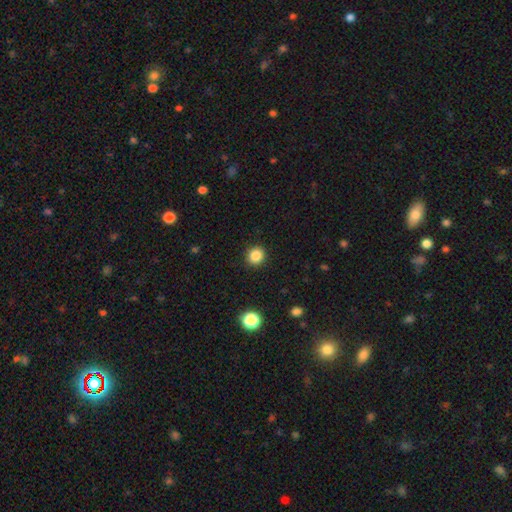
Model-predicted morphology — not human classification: Smooth or featured?
  - smooth: 85% *
  - star or artifact: 11%
  - featured or disk: 4%
How rounded?
  - round: 86% *
  - in between: 13%
  - cigar-shaped: 1%
Merging?
  - none: 92% *
  - minor disturbance: 5%
  - major disturbance: 2%
  - merger: 1%